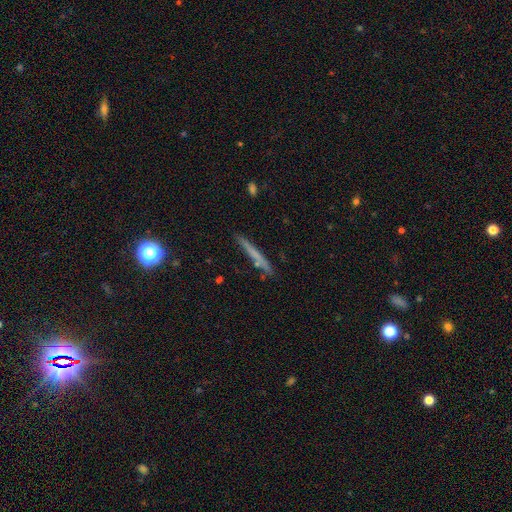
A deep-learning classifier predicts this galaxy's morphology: A smooth galaxy with no disk features (53%) that is cigar-shaped (96%). Merging: none (85%).